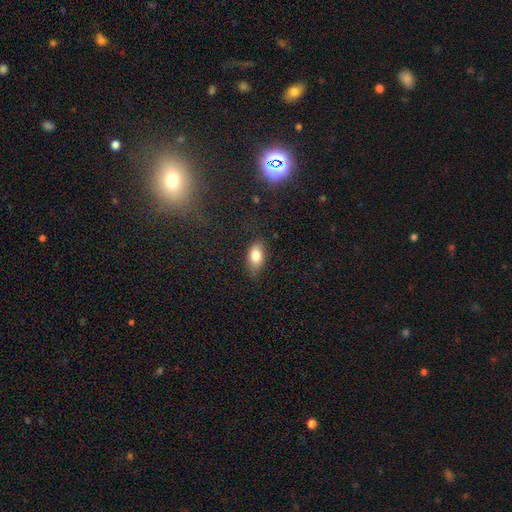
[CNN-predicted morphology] type=smooth (81%); roundness=in between (90%); merging=none (79%).